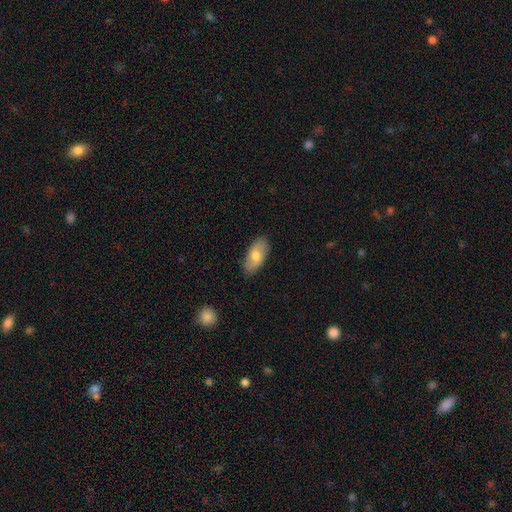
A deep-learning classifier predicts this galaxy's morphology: Smooth or featured: smooth — 67% (featured or disk — 27%)
How rounded: in between — 91% (cigar-shaped — 6%)
Merging: none — 84% (minor disturbance — 12%)